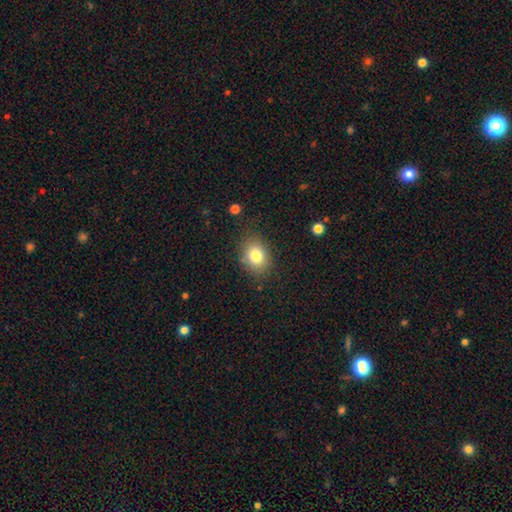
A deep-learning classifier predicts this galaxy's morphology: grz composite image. It shows a smooth galaxy with no disk features (81%) that is in between round and cigar-shaped (57%). Merging: none (82%).